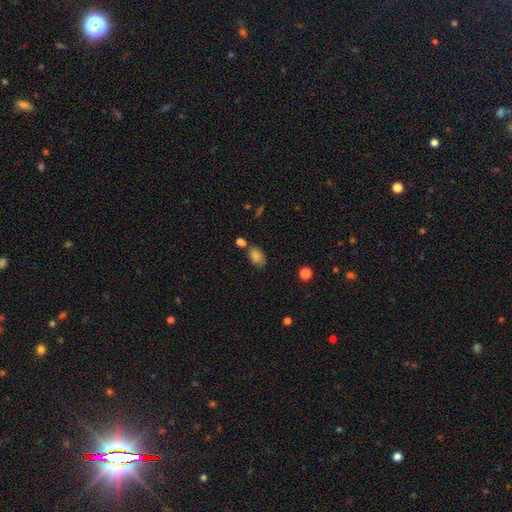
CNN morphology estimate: smooth_or_featured: smooth (p=0.74) [alt: star or artifact p=0.15]
how_rounded: in between (p=0.83) [alt: round p=0.15]
merging: none (p=0.62) [alt: minor disturbance p=0.20]